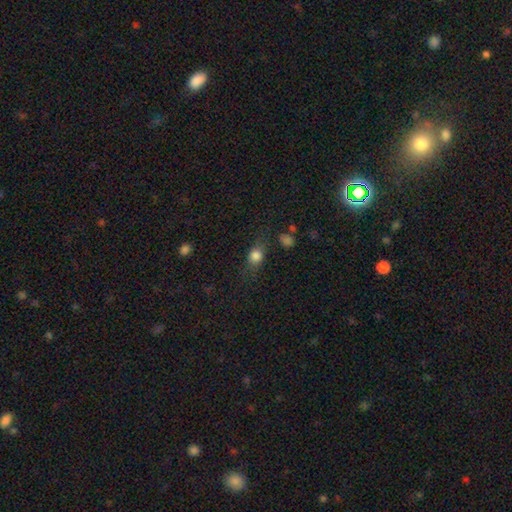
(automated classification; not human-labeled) A smooth galaxy with no disk features (76%) that is round (48%). Merging: none (68%).